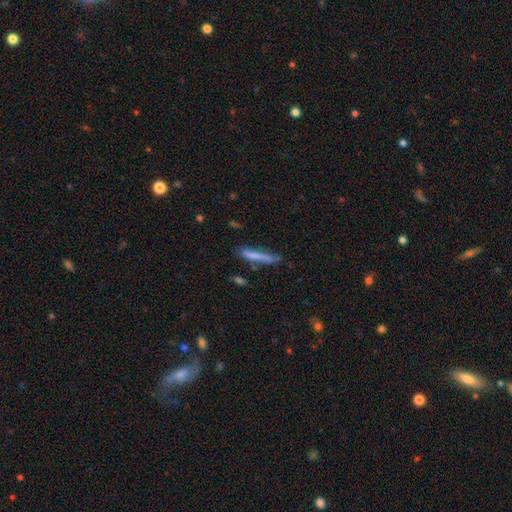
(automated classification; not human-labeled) This appears to be a smooth galaxy with no disk features (69%) that is cigar-shaped (93%). Merging: none (66%).